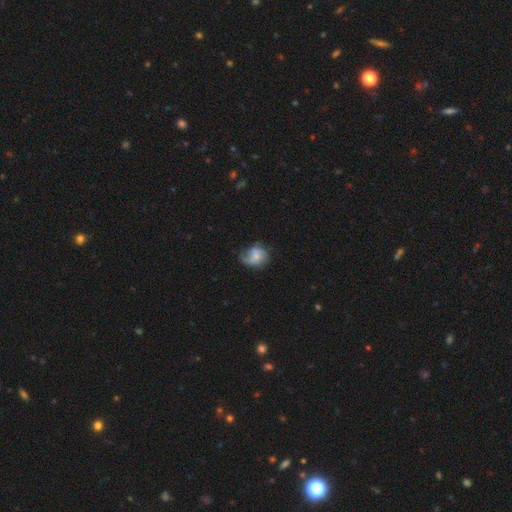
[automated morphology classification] This appears to be a smooth galaxy with no disk features (49%). Merging: none (43%).